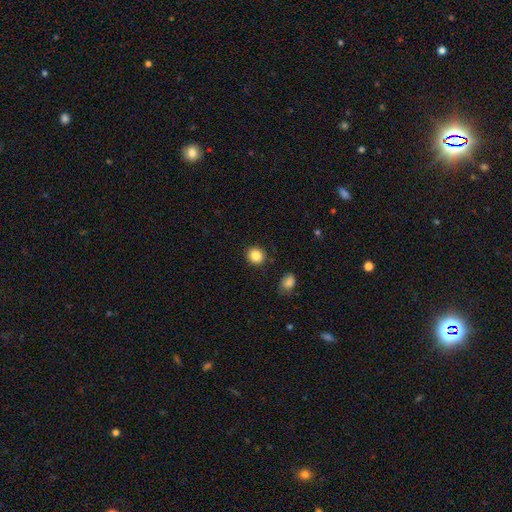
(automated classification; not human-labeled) smooth_or_featured: smooth (p=0.86) [alt: star or artifact p=0.10]
how_rounded: round (p=0.85) [alt: in between p=0.14]
merging: none (p=0.88) [alt: minor disturbance p=0.08]